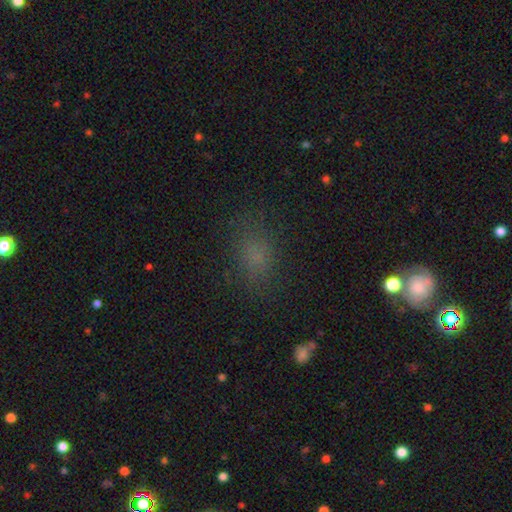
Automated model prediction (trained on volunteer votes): A smooth galaxy with no disk features (70%) that is in between round and cigar-shaped (68%).

Vote fractions:
- Smooth or featured? smooth: 70% / star or artifact: 21% / featured or disk: 9%
- How rounded? in between: 68% / round: 29% / cigar-shaped: 3%
- Merging? none: 74% / minor disturbance: 16% / major disturbance: 9% / merger: 2%